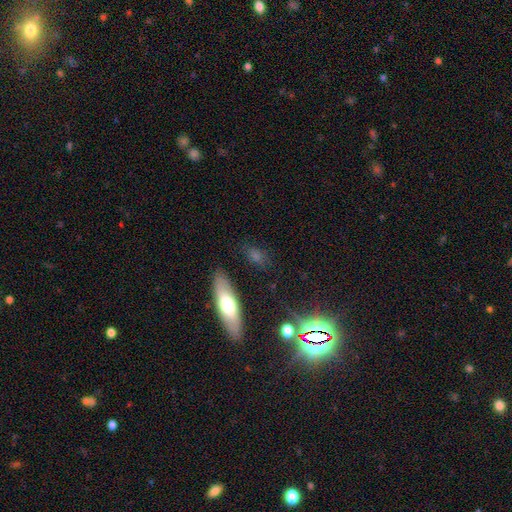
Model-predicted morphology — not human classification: smooth 50%, featured or disk 26%, star or artifact 24%. Down the decision tree: merging — none (79%).